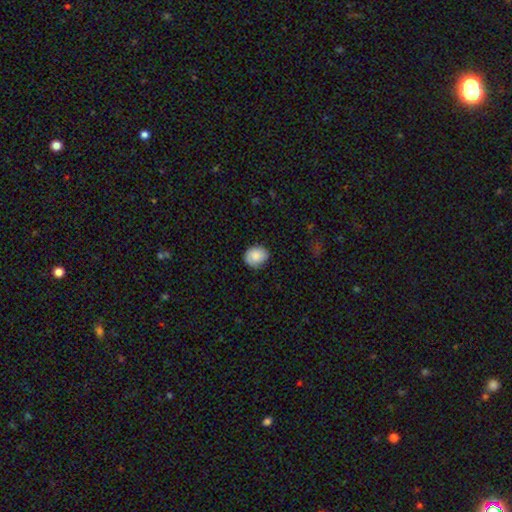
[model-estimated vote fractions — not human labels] Smooth or featured?
  - smooth: 82% *
  - featured or disk: 11%
  - star or artifact: 7%
How rounded?
  - round: 63% *
  - in between: 36%
  - cigar-shaped: 1%
Merging?
  - none: 76% *
  - minor disturbance: 19%
  - major disturbance: 4%
  - merger: 1%